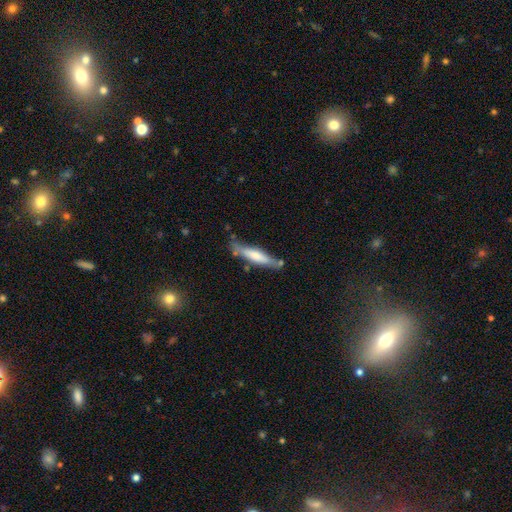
smooth_or_featured: smooth (p=0.53) [alt: featured or disk p=0.40]
how_rounded: cigar-shaped (p=0.90) [alt: round p=0.05]
merging: none (p=0.57) [alt: minor disturbance p=0.32]